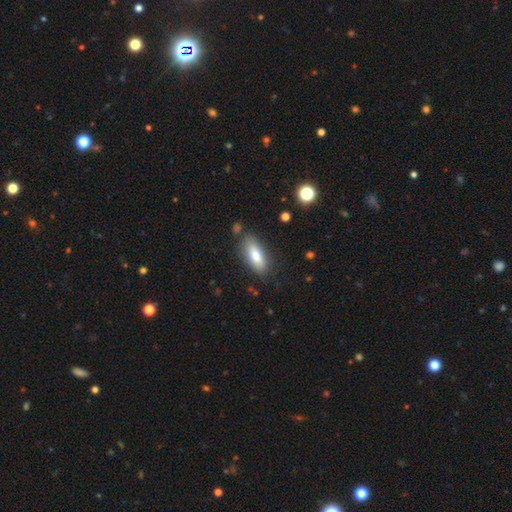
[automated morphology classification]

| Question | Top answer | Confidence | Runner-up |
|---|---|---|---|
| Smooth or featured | smooth | 77% | featured or disk (17%) |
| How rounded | in between | 76% | cigar-shaped (22%) |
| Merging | none | 79% | minor disturbance (14%) |